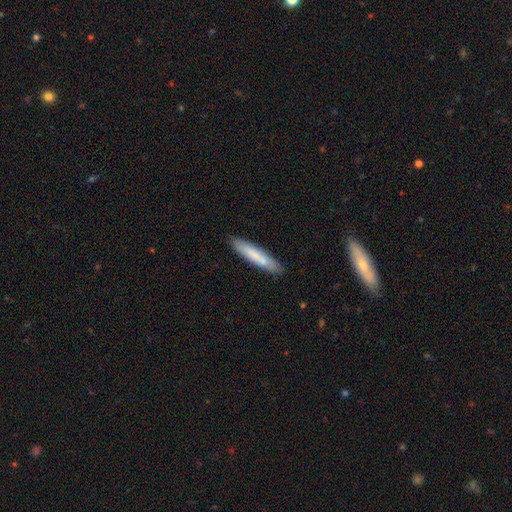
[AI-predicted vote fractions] Smooth or featured? smooth (76%)
How rounded? cigar-shaped (89%)
Merging? none (88%)